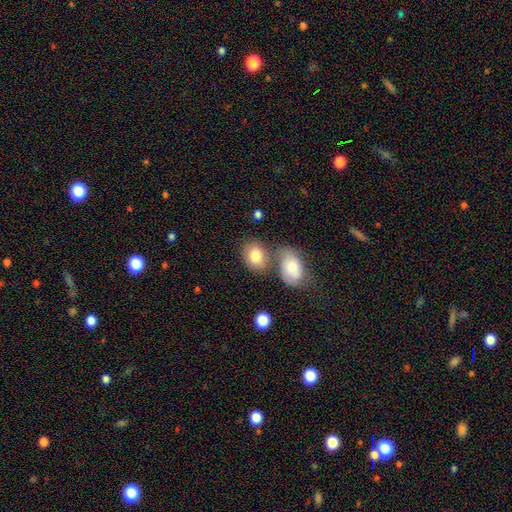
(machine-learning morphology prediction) type=smooth (80%); roundness=in between (62%); merging=none (51%).